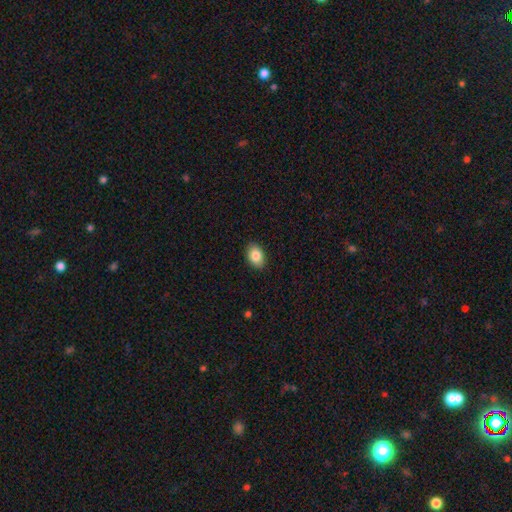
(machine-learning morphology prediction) This is clearly a smooth galaxy (86%). How rounded: clearly in between (87%). Merging: clearly none (89%).